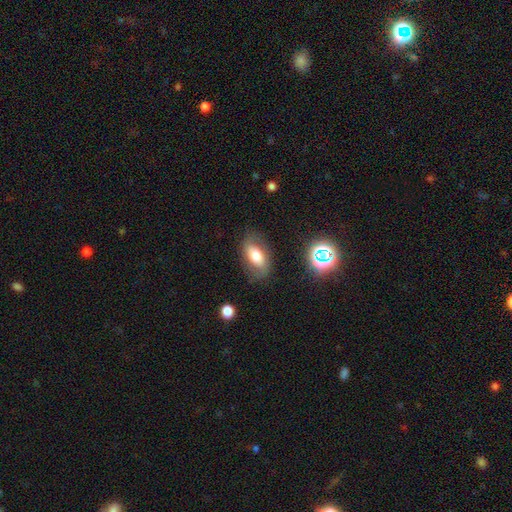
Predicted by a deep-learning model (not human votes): Smooth or featured? smooth (59%)
How rounded? in between (89%)
Merging? none (75%)